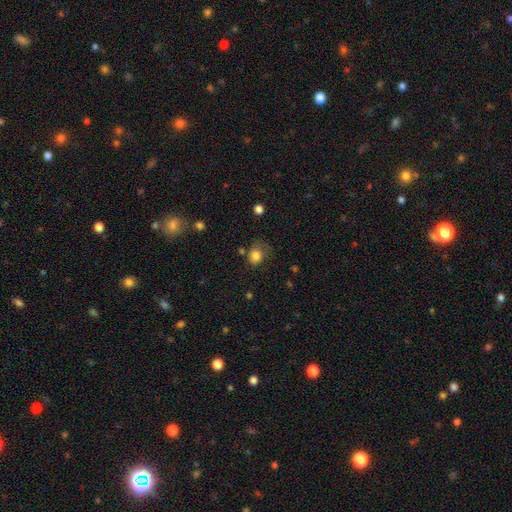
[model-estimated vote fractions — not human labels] Overall: smooth (80%). How rounded: round (57%; in between 42%). Merging: none (49%; minor disturbance 28%).